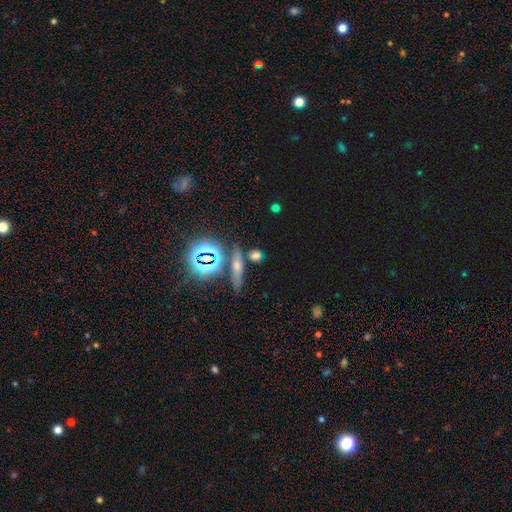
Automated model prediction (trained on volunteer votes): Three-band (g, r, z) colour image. It shows a smooth galaxy with no disk features (49%). Merging: none (70%).